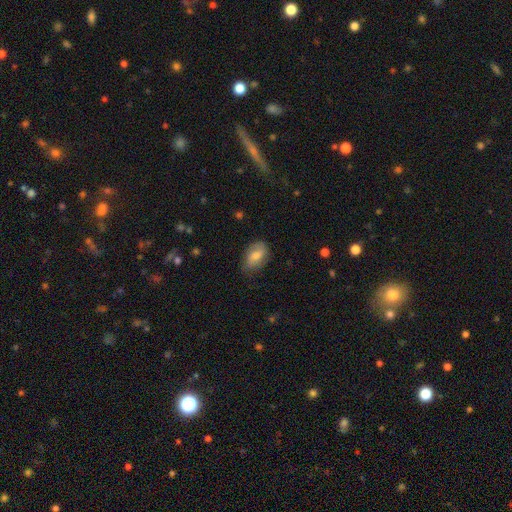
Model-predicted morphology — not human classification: A smooth galaxy with no disk features (64%) that is in between round and cigar-shaped (88%).

Vote fractions:
- Smooth or featured? smooth: 64% / featured or disk: 27% / star or artifact: 9%
- How rounded? in between: 88% / round: 10% / cigar-shaped: 2%
- Merging? none: 68% / minor disturbance: 25% / major disturbance: 6% / merger: 1%